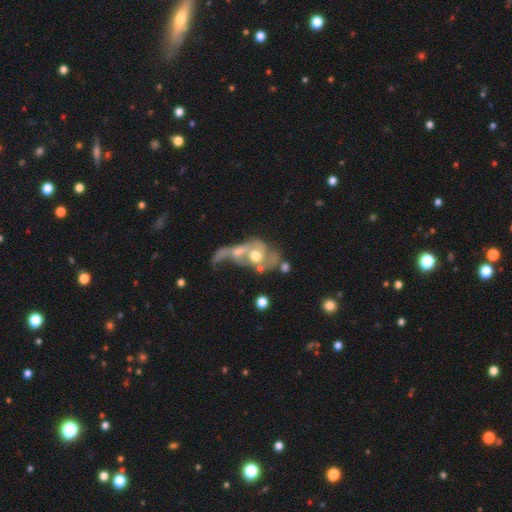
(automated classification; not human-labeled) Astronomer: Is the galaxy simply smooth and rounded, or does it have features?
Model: featured or disk — 63%.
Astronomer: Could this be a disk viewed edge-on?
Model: no — 95%.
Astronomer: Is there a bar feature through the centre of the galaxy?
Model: no — 77%.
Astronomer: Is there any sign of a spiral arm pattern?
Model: yes — 56% (runner-up: no, 44%).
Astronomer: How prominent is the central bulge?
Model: moderate — 64%.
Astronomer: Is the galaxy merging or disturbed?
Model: merger — 61%.